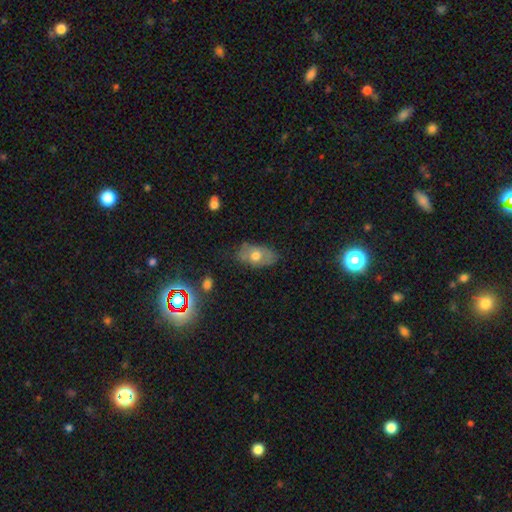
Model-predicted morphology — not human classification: This is possibly a smooth galaxy (57%). How rounded: clearly in between (88%). Merging: likely none (66%).